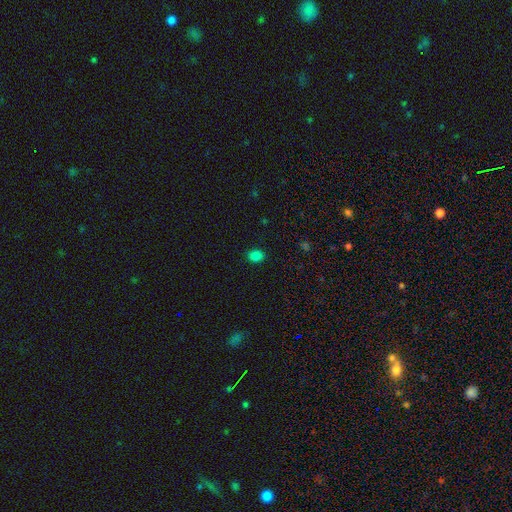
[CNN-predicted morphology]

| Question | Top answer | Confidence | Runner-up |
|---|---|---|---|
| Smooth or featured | smooth | 83% | star or artifact (14%) |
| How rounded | in between | 56% | round (43%) |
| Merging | none | 89% | minor disturbance (8%) |